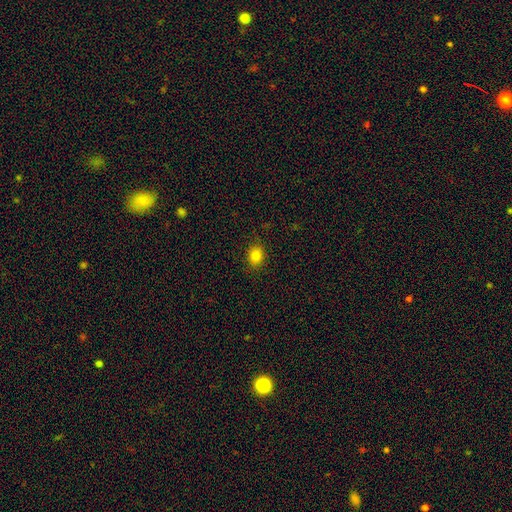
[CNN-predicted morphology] A smooth galaxy with no disk features (82%) that is in between round and cigar-shaped (51%).

Vote fractions:
- Smooth or featured? smooth: 82% / star or artifact: 12% / featured or disk: 6%
- How rounded? in between: 51% / round: 48% / cigar-shaped: 1%
- Merging? none: 87% / minor disturbance: 9% / major disturbance: 2% / merger: 1%